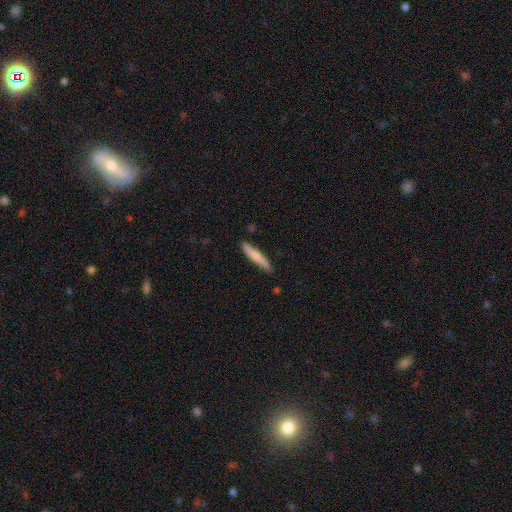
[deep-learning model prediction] A smooth galaxy with no disk features (68%) that is cigar-shaped (93%).

Vote fractions:
- Smooth or featured? smooth: 68% / featured or disk: 27% / star or artifact: 5%
- How rounded? cigar-shaped: 93% / in between: 6% / round: 1%
- Merging? none: 86% / minor disturbance: 11% / major disturbance: 2% / merger: 2%